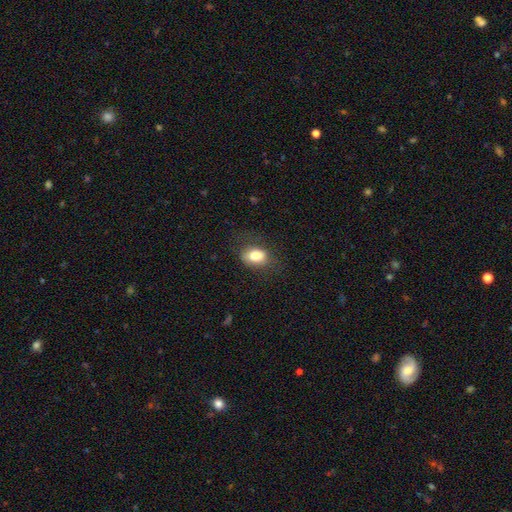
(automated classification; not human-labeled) Q: Smooth or featured?
A: smooth (80%); runner-up: featured or disk (10%)
Q: How rounded?
A: in between (78%); runner-up: round (20%)
Q: Merging?
A: none (69%); runner-up: minor disturbance (21%)